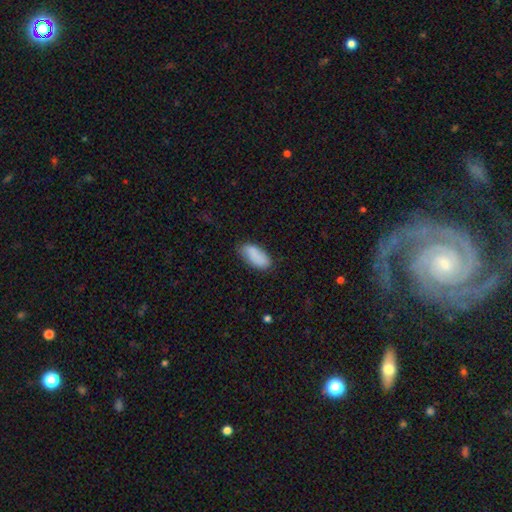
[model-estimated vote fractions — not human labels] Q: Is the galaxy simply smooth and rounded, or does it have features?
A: smooth — 86%.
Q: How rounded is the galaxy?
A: in between — 90%.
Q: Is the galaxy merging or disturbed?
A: none — 76%.